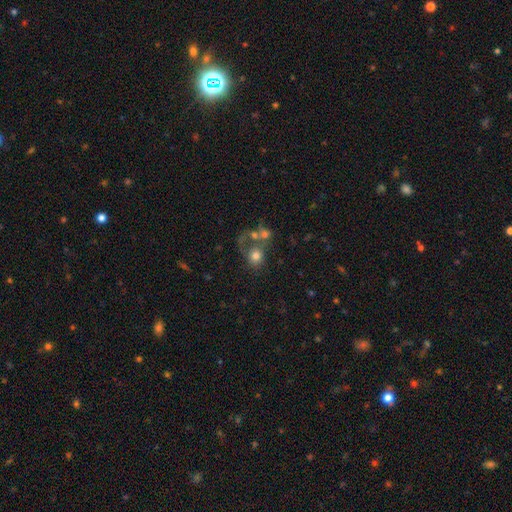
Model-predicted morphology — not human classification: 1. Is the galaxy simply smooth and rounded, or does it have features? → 66% smooth, 22% featured or disk, 12% star or artifact.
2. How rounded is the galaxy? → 74% round, 25% in between, 1% cigar-shaped.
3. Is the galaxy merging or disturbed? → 47% merger, 27% none, 17% major disturbance, 10% minor disturbance.